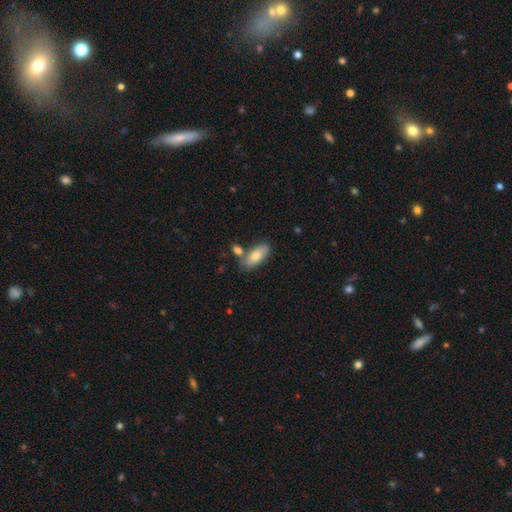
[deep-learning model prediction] The model was most divided on "merging": none: 67%, merger: 16%, minor disturbance: 13%, major disturbance: 3%. More confident: how rounded — in between (85%); smooth or featured — smooth (74%).